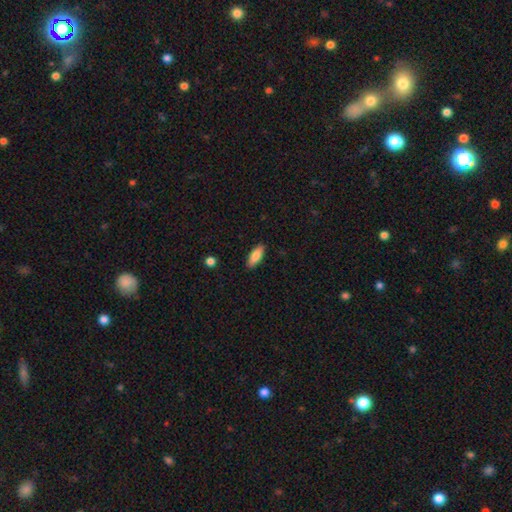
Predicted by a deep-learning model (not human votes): A smooth galaxy with no disk features (84%) that is in between round and cigar-shaped (73%). Merging: none (88%).